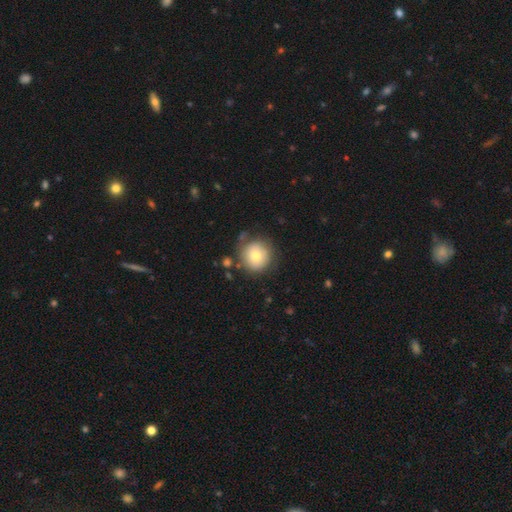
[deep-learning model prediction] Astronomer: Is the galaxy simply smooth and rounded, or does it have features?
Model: smooth — 72%.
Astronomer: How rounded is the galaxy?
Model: round — 94%.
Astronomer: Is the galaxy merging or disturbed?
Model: none — 76%.